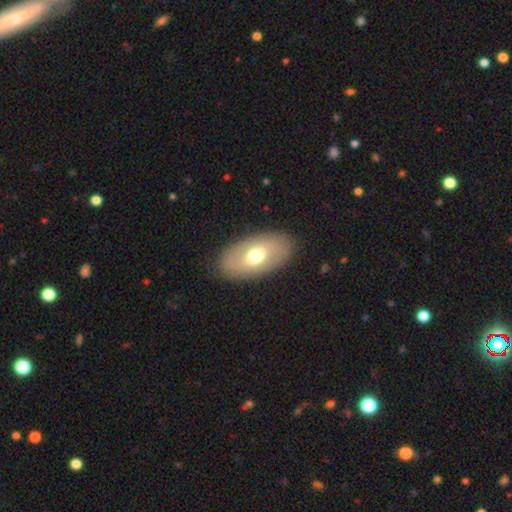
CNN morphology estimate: Smooth or featured? smooth (59%)
How rounded? in between (92%)
Merging? none (86%)